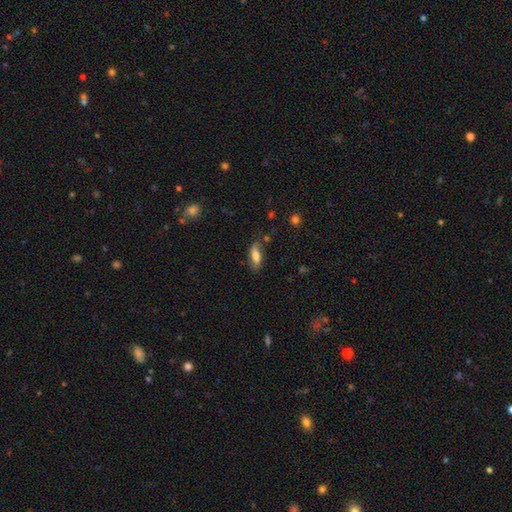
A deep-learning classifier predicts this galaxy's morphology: smooth-or-featured: smooth: 69% | featured or disk: 23% | star or artifact: 8%
  how-rounded: in between: 72% | cigar-shaped: 25% | round: 3%
  merging: none: 69% | minor disturbance: 22% | major disturbance: 6% | merger: 3%